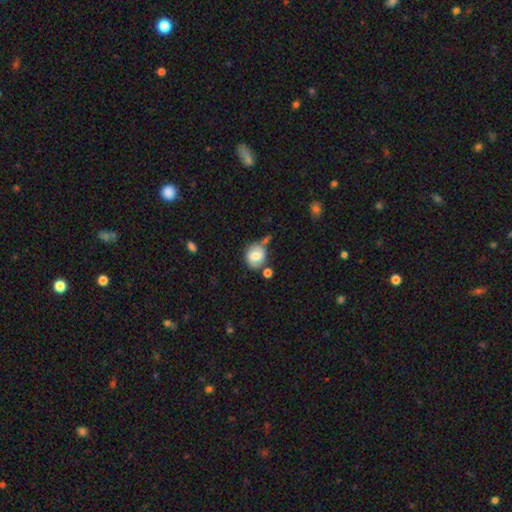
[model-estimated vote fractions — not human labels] Smooth or featured? Predicted: smooth (p=0.70). How rounded? Predicted: round (p=0.69). Merging? Predicted: none (p=0.53).